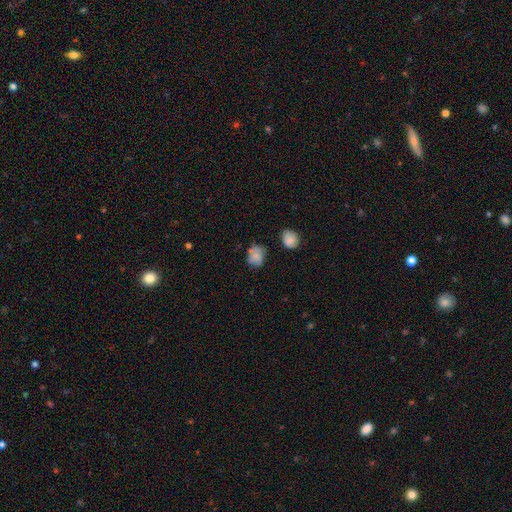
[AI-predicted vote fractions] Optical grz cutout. It shows a smooth galaxy with no disk features (70%) that is round (50%). Merging: none (53%).